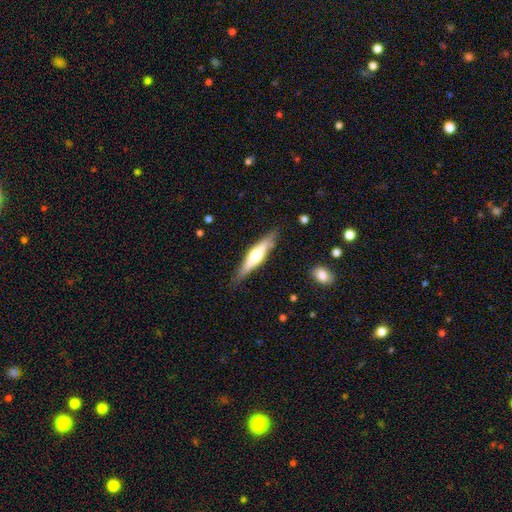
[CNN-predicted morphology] This appears to be a featured or disk galaxy (54%) viewed edge-on (91%). Merging: none (82%).